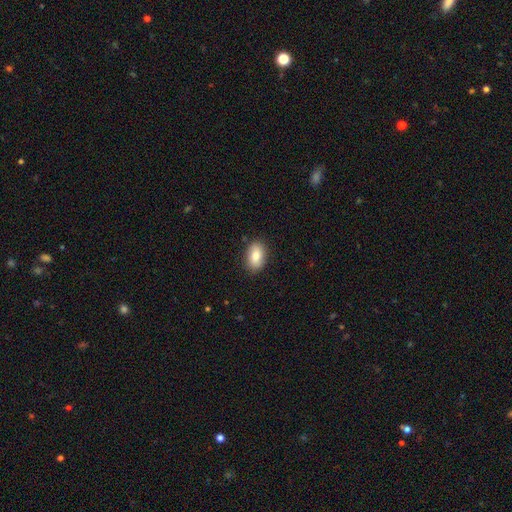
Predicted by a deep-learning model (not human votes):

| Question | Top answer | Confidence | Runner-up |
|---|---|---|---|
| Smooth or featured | smooth | 82% | featured or disk (11%) |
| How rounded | in between | 87% | round (12%) |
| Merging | none | 86% | minor disturbance (11%) |